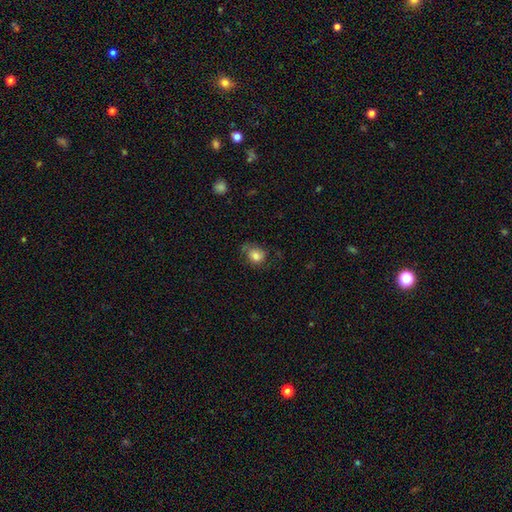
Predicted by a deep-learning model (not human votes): Q: Smooth or featured?
A: smooth (76%); runner-up: featured or disk (15%)
Q: How rounded?
A: round (57%); runner-up: in between (42%)
Q: Merging?
A: none (59%); runner-up: minor disturbance (27%)